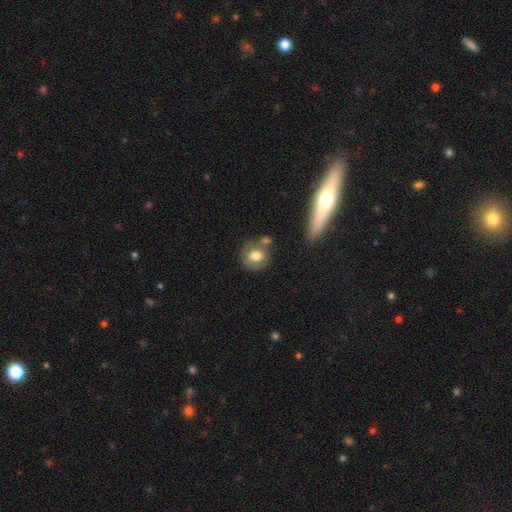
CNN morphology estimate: Smooth or featured? Predicted: smooth (p=0.68). How rounded? Predicted: round (p=0.80). Merging? Predicted: none (p=0.60).